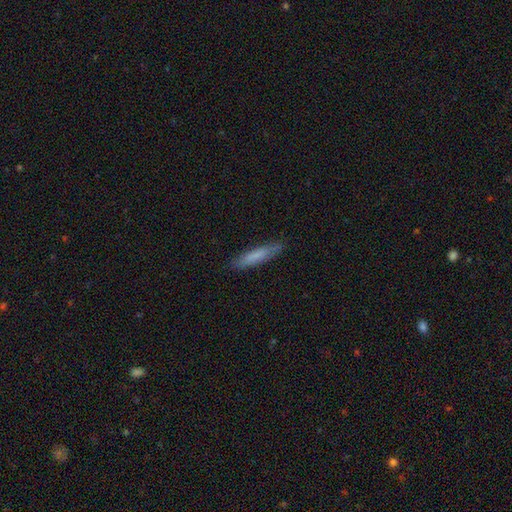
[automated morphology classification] The model was most divided on "smooth or featured": smooth: 75%, featured or disk: 19%, star or artifact: 6%. More confident: how rounded — cigar-shaped (87%); merging — none (85%).